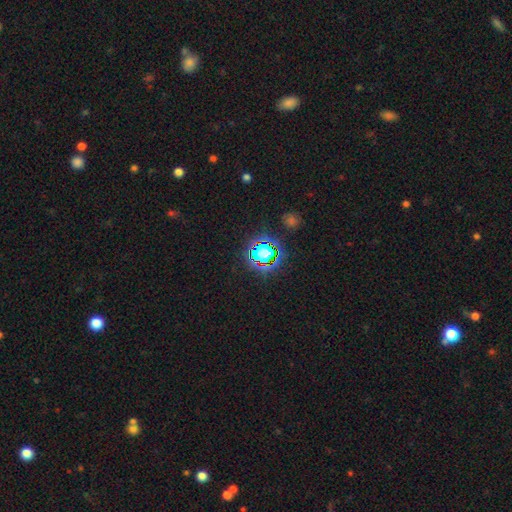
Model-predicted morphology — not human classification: Smooth or featured? star or artifact (79%)